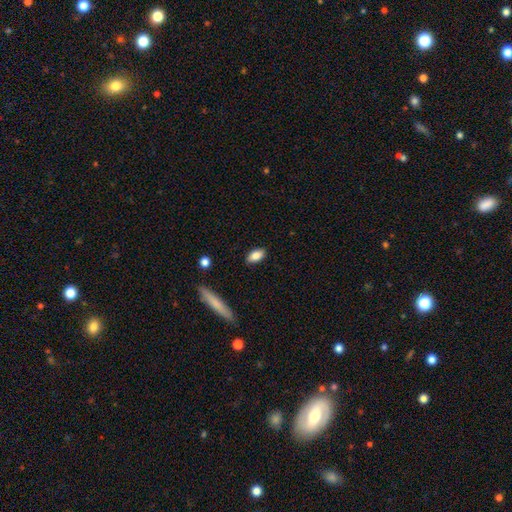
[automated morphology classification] Q: Smooth or featured?
A: smooth (84%); runner-up: featured or disk (9%)
Q: How rounded?
A: in between (89%); runner-up: cigar-shaped (7%)
Q: Merging?
A: none (87%); runner-up: minor disturbance (10%)